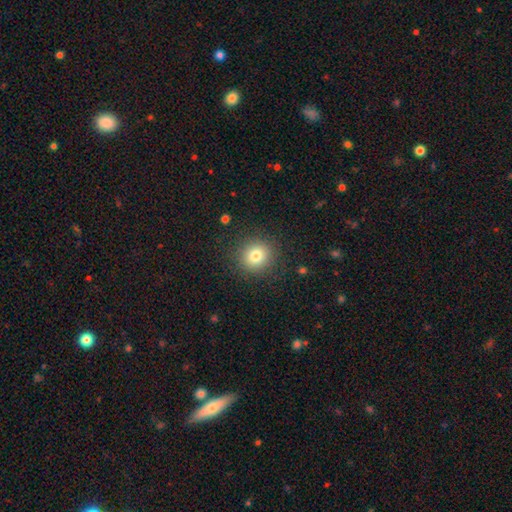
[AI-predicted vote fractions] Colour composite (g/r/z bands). It shows a smooth galaxy with no disk features (80%) that is round (88%). Merging: none (89%).